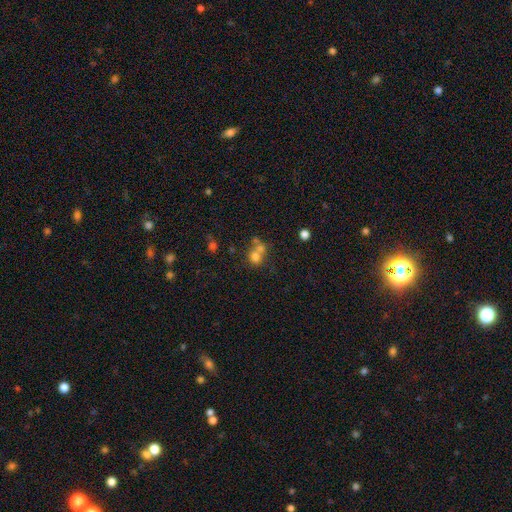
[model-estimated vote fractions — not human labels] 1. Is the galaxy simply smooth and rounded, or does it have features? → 67% smooth, 17% star or artifact, 16% featured or disk.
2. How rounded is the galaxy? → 81% round, 18% in between, 1% cigar-shaped.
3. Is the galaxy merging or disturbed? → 51% merger, 38% none, 7% minor disturbance, 5% major disturbance.